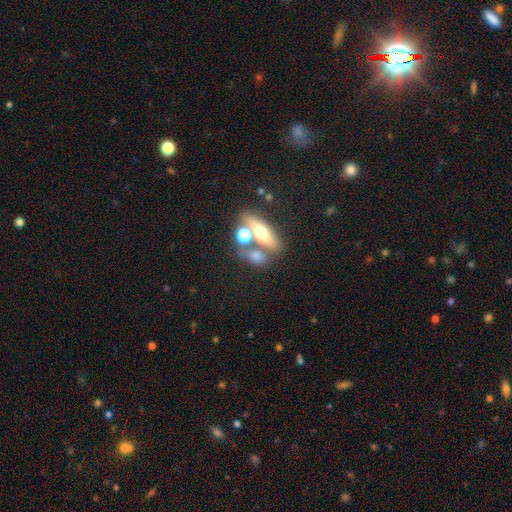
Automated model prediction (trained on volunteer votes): Smooth or featured: smooth — 60% (featured or disk — 27%)
How rounded: in between — 57% (round — 26%)
Merging: none — 47% (merger — 36%)